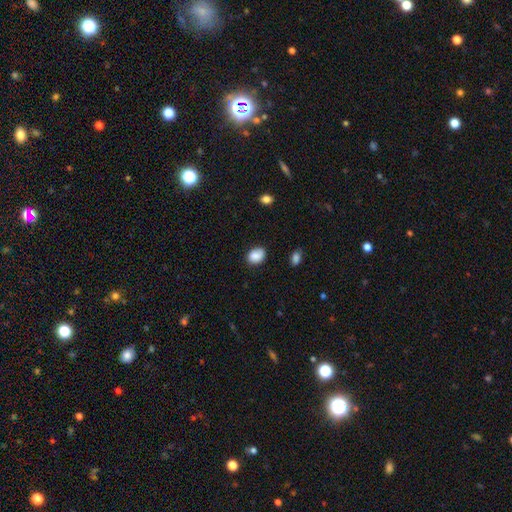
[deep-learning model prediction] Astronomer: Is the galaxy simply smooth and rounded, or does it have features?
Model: smooth — 85%.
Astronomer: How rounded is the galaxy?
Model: in between — 57% (runner-up: round, 42%).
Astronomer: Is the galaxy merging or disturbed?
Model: none — 72%.